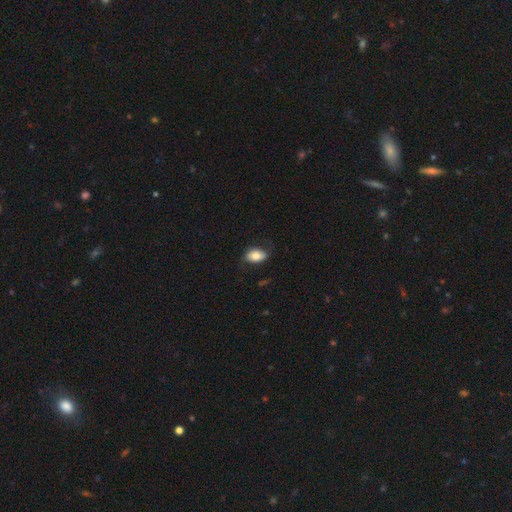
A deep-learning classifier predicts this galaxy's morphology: smooth-or-featured: smooth: 74% | featured or disk: 19% | star or artifact: 7%
  how-rounded: in between: 88% | round: 10% | cigar-shaped: 2%
  merging: none: 72% | minor disturbance: 19% | major disturbance: 7% | merger: 1%